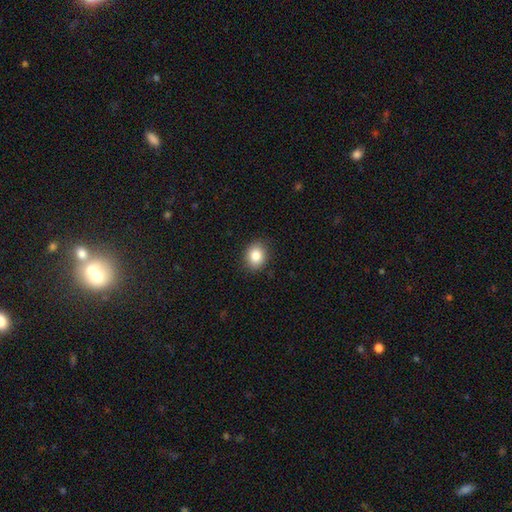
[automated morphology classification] smooth 84%, star or artifact 9%, featured or disk 6%. Down the decision tree: how rounded — round (53%); merging — none (88%).